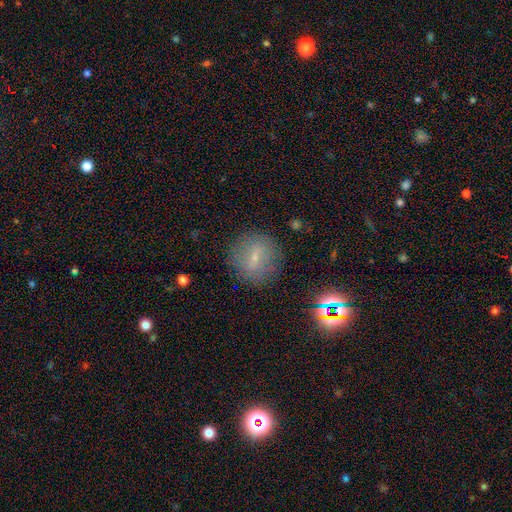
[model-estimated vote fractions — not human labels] smooth-or-featured: smooth: 53% | featured or disk: 32% | star or artifact: 15%
  how-rounded: round: 86% | in between: 12% | cigar-shaped: 2%
  merging: none: 83% | minor disturbance: 10% | major disturbance: 4% | merger: 2%